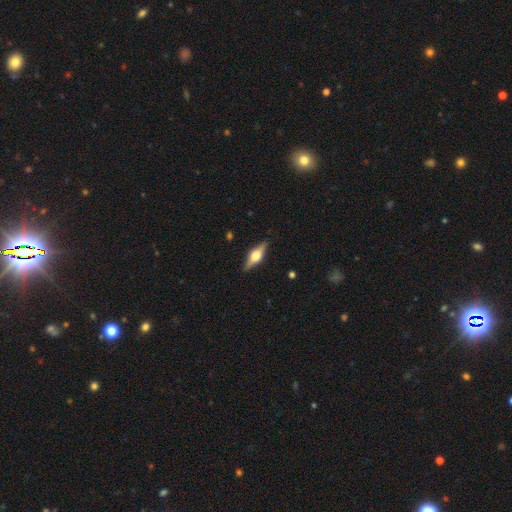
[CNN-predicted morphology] This appears to be a featured or disk galaxy (64%) viewed edge-on (95%) with a rounded central bulge (92%). Merging: none (88%).